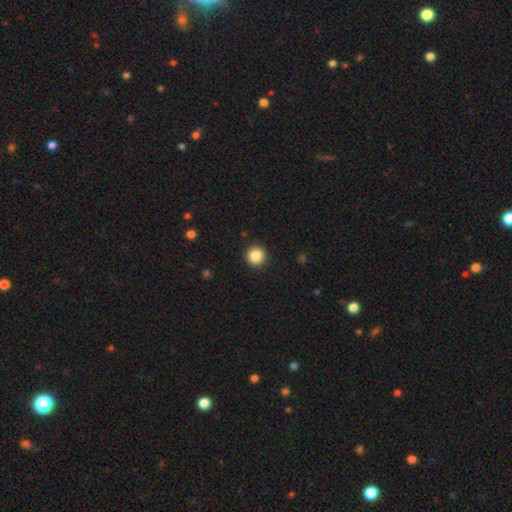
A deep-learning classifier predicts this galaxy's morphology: Smooth or featured? smooth (86%)
How rounded? round (95%)
Merging? none (93%)